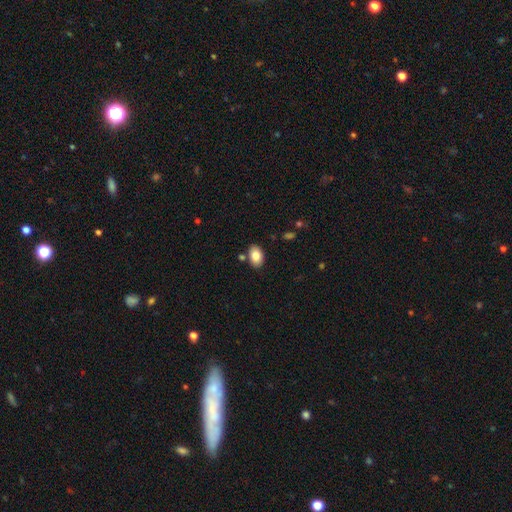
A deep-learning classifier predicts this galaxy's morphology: smooth_or_featured: smooth (p=0.84) [alt: featured or disk p=0.09]
how_rounded: in between (p=0.87) [alt: round p=0.12]
merging: none (p=0.83) [alt: minor disturbance p=0.10]